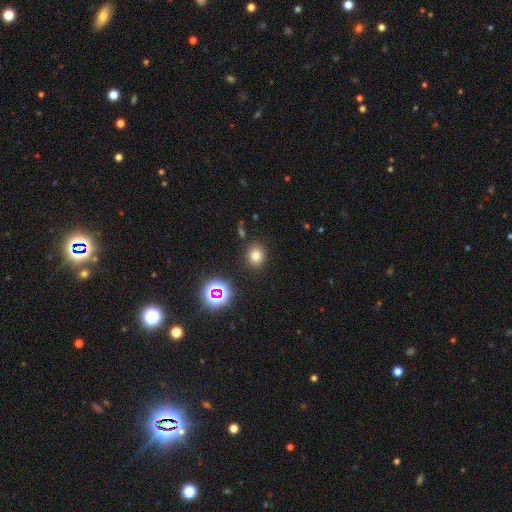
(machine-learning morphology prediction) Smooth or featured? smooth (76%)
How rounded? round (80%)
Merging? none (85%)